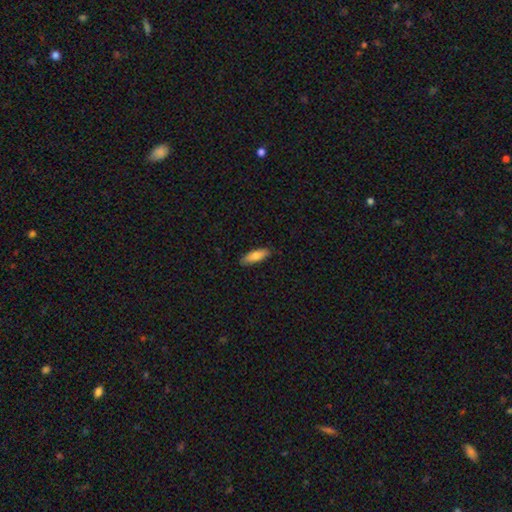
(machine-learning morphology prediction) Smooth or featured? Predicted: smooth (p=0.79). How rounded? Predicted: in between (p=0.54). Merging? Predicted: none (p=0.86).